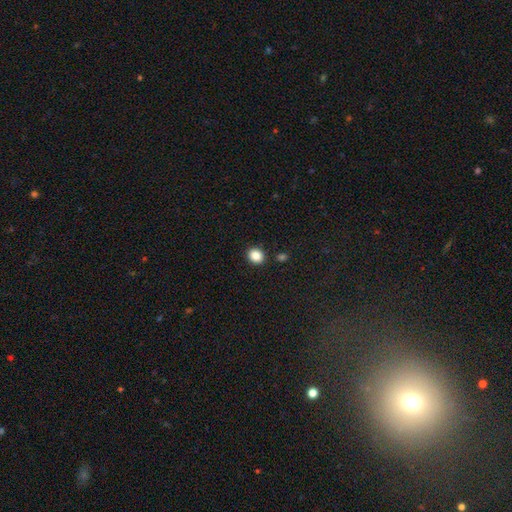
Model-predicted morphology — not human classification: This appears to be a smooth galaxy with no disk features (86%) that is round (69%). Merging: none (89%).